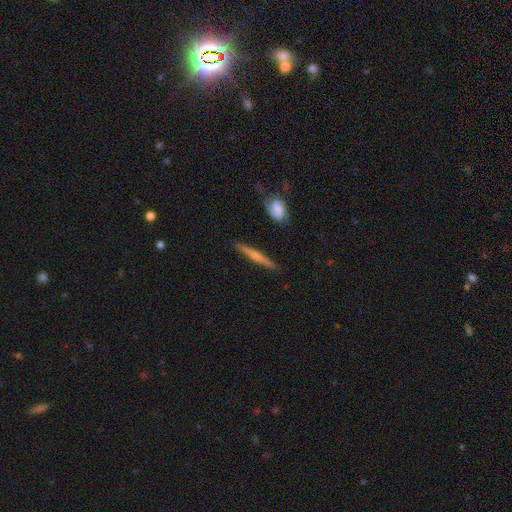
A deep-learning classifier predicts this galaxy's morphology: Overall: featured or disk (54%; smooth 40%). Edge-on disk: yes (96%). Edge-on bulge: rounded (65%; none 28%). Merging: none (86%).